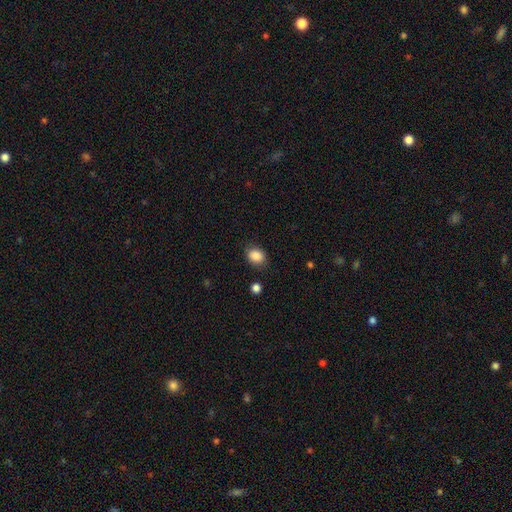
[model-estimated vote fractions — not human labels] Smooth or featured: smooth — 87% (star or artifact — 9%)
How rounded: in between — 54% (round — 45%)
Merging: none — 82% (minor disturbance — 13%)